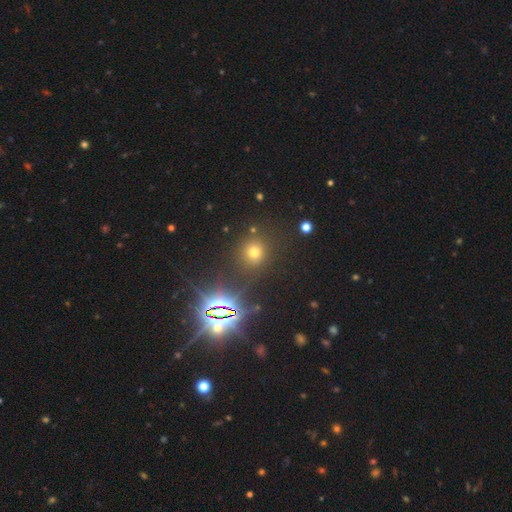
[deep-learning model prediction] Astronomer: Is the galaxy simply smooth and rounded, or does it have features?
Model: smooth — 49% (runner-up: star or artifact, 42%).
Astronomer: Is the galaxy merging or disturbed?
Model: none — 85%.